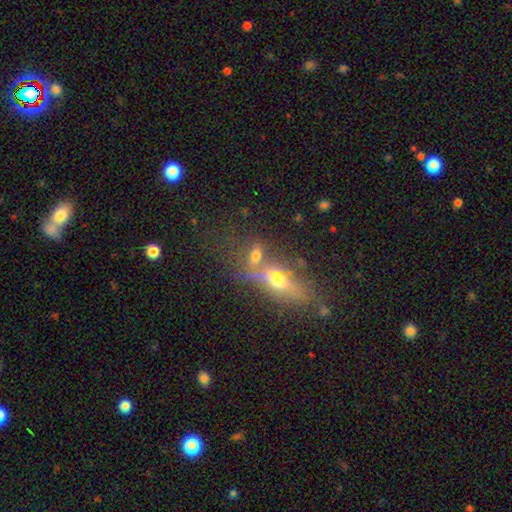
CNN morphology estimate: This appears to be a smooth galaxy with no disk features (57%) that is in between round and cigar-shaped (68%). Merging: none (44%).